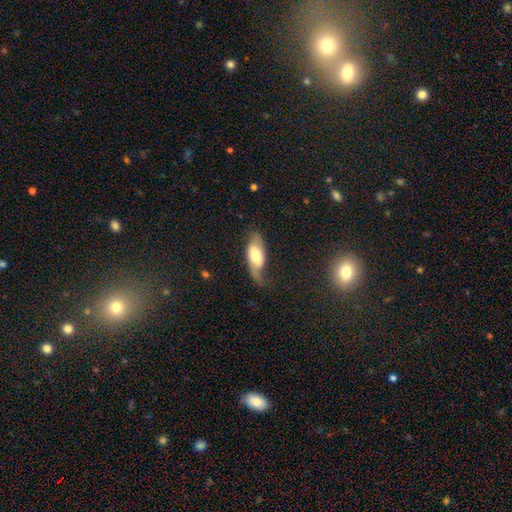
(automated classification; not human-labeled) This is possibly a smooth galaxy (50%). How rounded: clearly in between (85%). Merging: marginally none (41%).